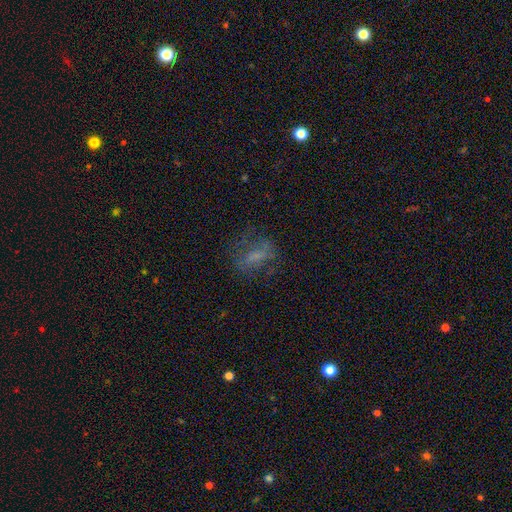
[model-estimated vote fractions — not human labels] Smooth or featured?
  - smooth: 46% *
  - featured or disk: 35%
  - star or artifact: 19%
Merging?
  - none: 56% *
  - major disturbance: 23%
  - minor disturbance: 19%
  - merger: 2%